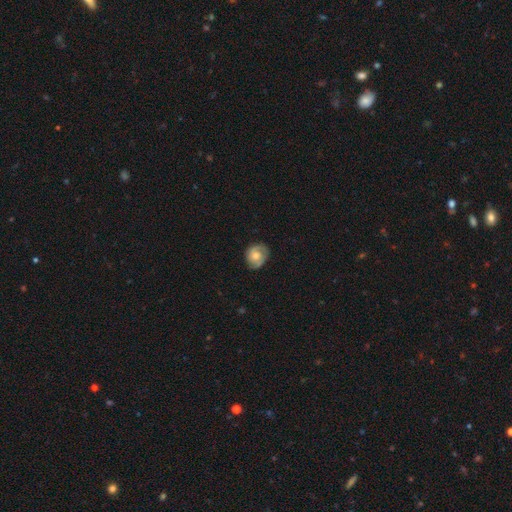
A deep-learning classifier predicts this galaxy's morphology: Overall: featured or disk (47%; smooth 45%). Merging: none (75%).